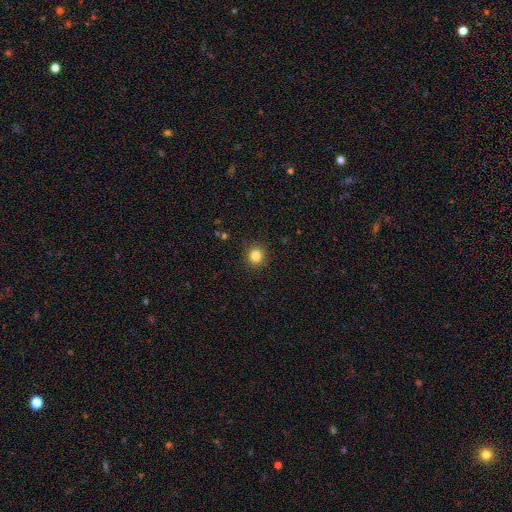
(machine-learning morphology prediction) This appears to be a smooth galaxy with no disk features (83%) that is round (92%). Merging: none (91%).